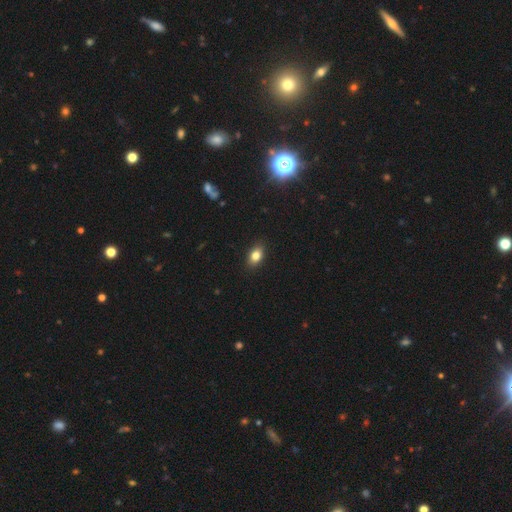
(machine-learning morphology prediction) Q: Smooth or featured?
A: smooth (81%); runner-up: featured or disk (10%)
Q: How rounded?
A: in between (83%); runner-up: round (13%)
Q: Merging?
A: none (88%); runner-up: minor disturbance (9%)